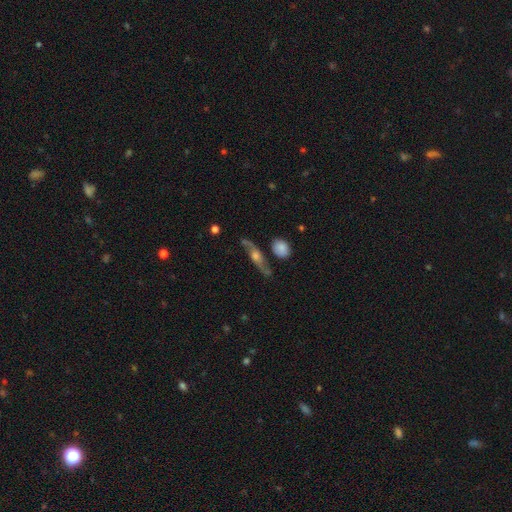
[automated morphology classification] type=featured or disk (72%); edge-on=no (55%); merging=none (64%).